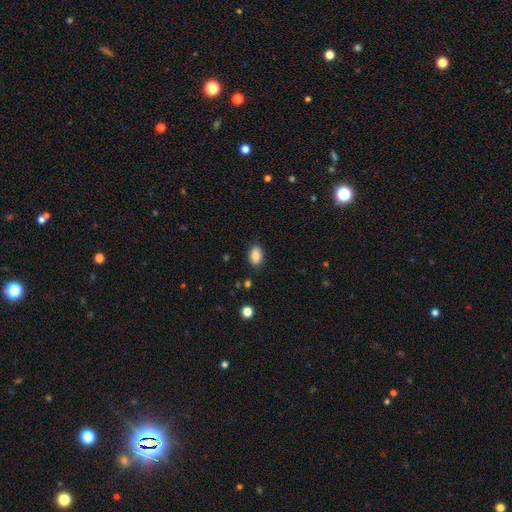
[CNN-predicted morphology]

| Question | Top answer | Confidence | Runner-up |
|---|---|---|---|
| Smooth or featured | smooth | 87% | star or artifact (8%) |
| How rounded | in between | 86% | round (13%) |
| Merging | none | 86% | minor disturbance (10%) |